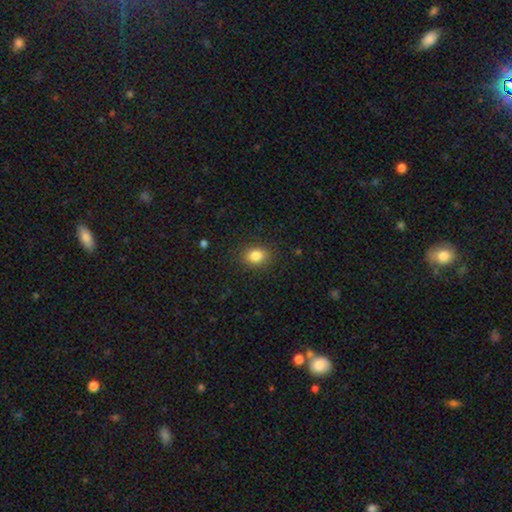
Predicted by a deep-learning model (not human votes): smooth-or-featured: smooth: 84% | star or artifact: 10% | featured or disk: 6%
  how-rounded: in between: 58% | round: 41% | cigar-shaped: 1%
  merging: none: 87% | minor disturbance: 9% | major disturbance: 3% | merger: 1%